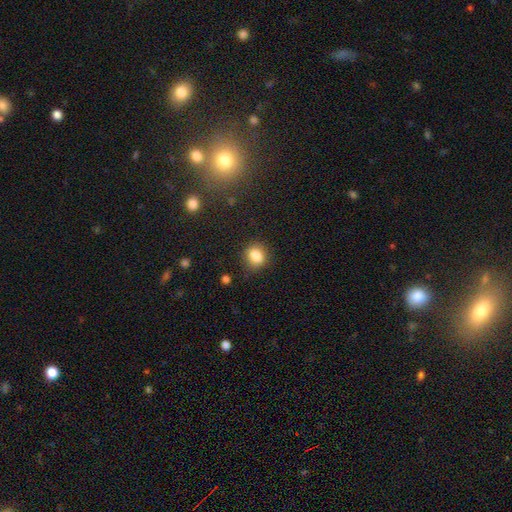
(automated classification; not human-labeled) Overall: smooth (85%). How rounded: round (62%; in between 37%). Merging: none (83%).